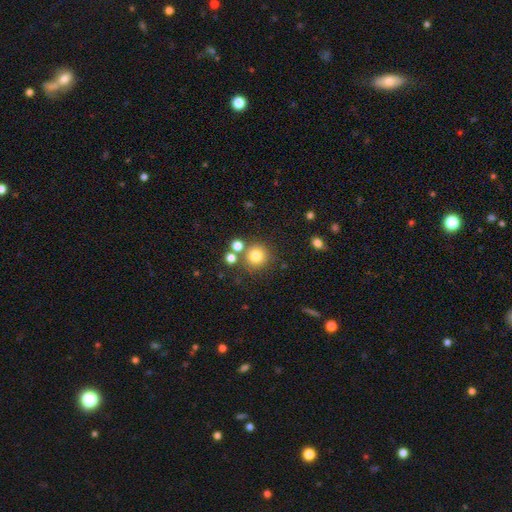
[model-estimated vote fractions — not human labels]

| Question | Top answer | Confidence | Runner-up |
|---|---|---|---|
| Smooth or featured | smooth | 78% | star or artifact (14%) |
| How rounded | round | 93% | in between (6%) |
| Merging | none | 73% | merger (14%) |